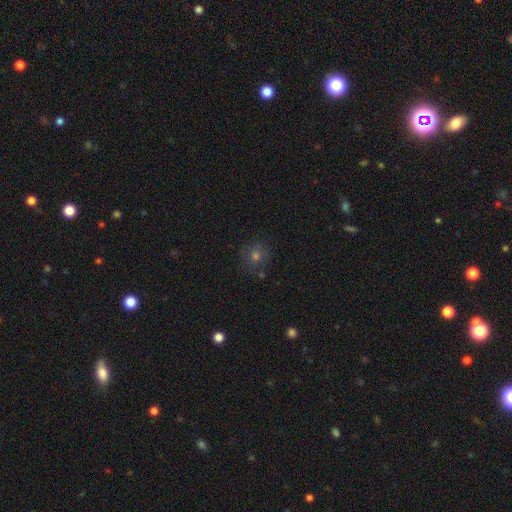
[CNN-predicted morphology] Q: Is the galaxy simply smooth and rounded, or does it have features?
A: smooth — 56%.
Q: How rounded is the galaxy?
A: round — 85%.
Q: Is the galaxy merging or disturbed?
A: none — 82%.